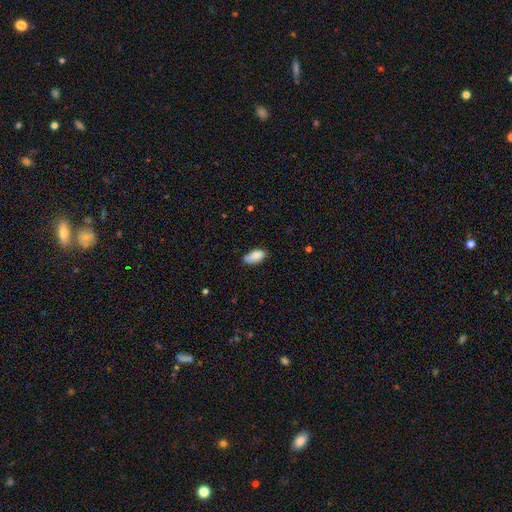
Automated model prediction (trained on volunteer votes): This appears to be a smooth galaxy with no disk features (85%) that is in between round and cigar-shaped (91%). Merging: none (68%).